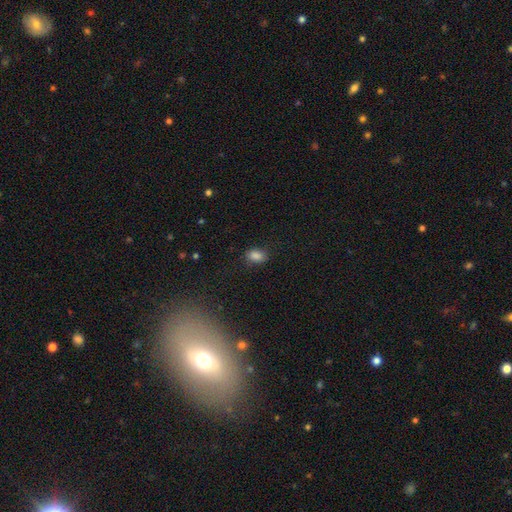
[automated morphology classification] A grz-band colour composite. It shows a smooth galaxy with no disk features (85%) that is in between round and cigar-shaped (82%). Merging: none (81%).